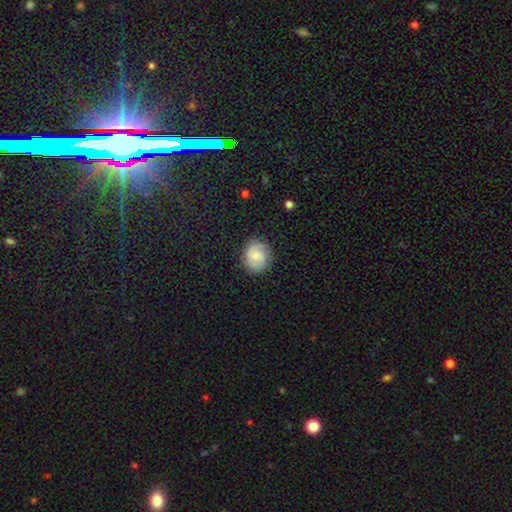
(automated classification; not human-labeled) Q: Smooth or featured?
A: smooth (64%); runner-up: featured or disk (27%)
Q: How rounded?
A: round (72%); runner-up: in between (27%)
Q: Merging?
A: none (81%); runner-up: minor disturbance (13%)